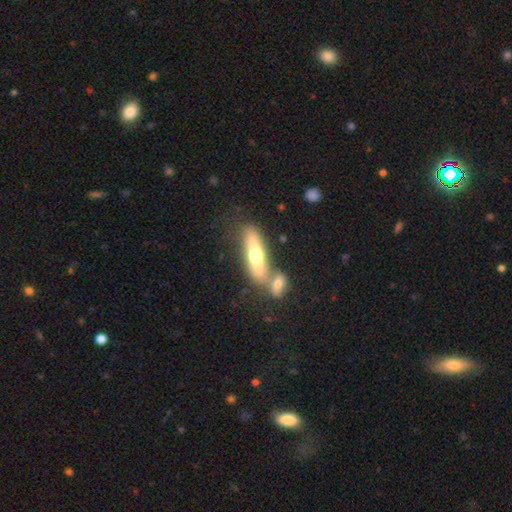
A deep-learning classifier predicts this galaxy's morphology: smooth_or_featured: smooth (p=0.53) [alt: featured or disk p=0.41]
how_rounded: cigar-shaped (p=0.59) [alt: in between p=0.38]
merging: none (p=0.48) [alt: merger p=0.36]